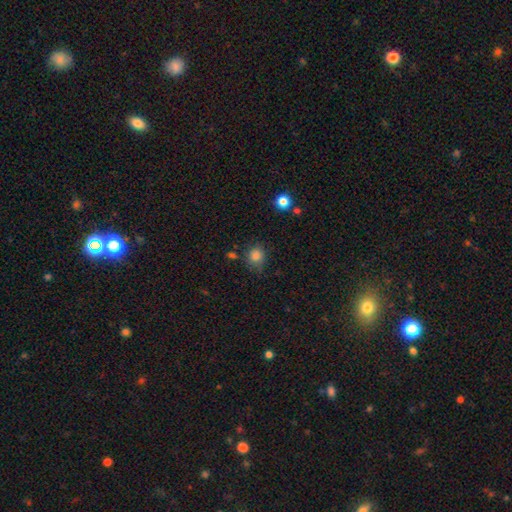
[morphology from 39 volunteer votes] Smooth or featured?
  - smooth: 82% *
  - star or artifact: 10%
  - featured or disk: 8%
How rounded?
  - round: 78% *
  - in between: 22%
  - cigar-shaped: 0%
Merging?
  - none: 66% *
  - minor disturbance: 14%
  - major disturbance: 11%
  - merger: 9%